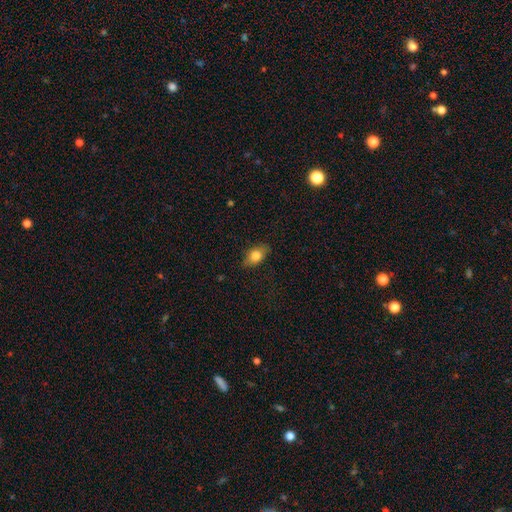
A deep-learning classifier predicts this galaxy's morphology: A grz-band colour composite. It shows a smooth galaxy with no disk features (78%) that is in between round and cigar-shaped (84%). Merging: none (82%).